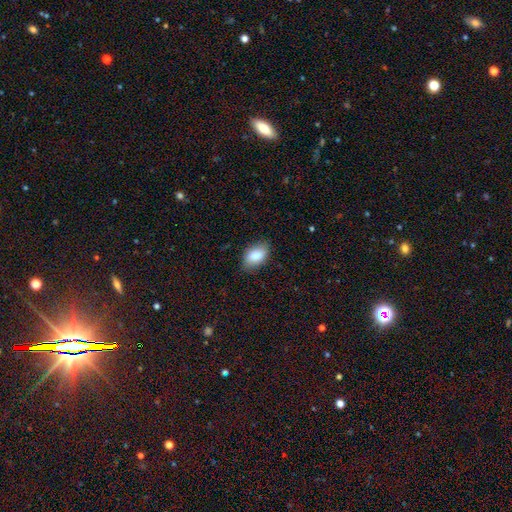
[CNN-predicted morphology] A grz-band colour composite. It shows a smooth galaxy with no disk features (85%) that is in between round and cigar-shaped (92%). Merging: none (82%).